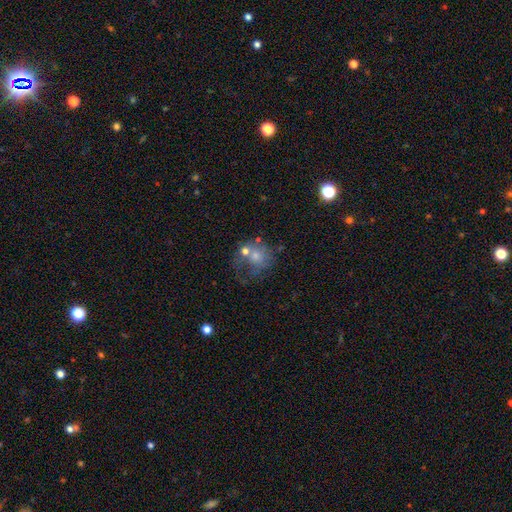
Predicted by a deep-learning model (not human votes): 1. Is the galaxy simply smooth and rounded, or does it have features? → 47% smooth, 35% featured or disk, 18% star or artifact.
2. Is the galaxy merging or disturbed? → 37% none, 23% major disturbance, 23% merger, 17% minor disturbance.